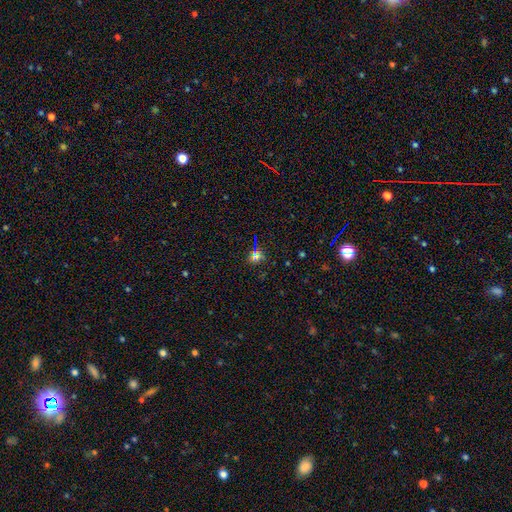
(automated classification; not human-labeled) A star or artifact, not a galaxy (52%).

Vote fractions:
- Smooth or featured? star or artifact: 52% / smooth: 38% / featured or disk: 10%